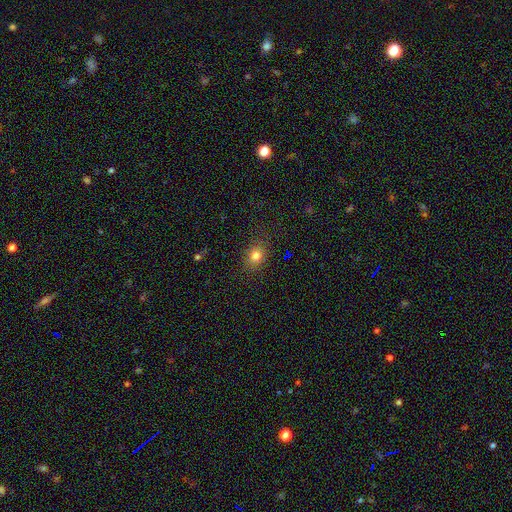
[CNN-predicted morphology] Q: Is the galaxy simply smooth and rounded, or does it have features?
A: smooth — 78%.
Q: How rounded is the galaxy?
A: round — 52%.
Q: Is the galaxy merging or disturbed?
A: none — 84%.